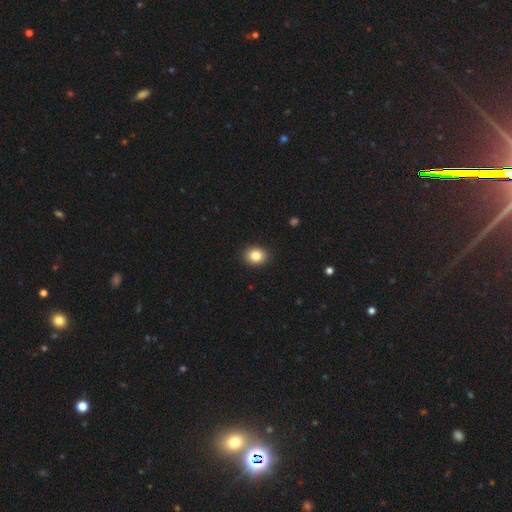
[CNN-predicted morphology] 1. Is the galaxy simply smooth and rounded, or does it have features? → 84% smooth, 10% star or artifact, 6% featured or disk.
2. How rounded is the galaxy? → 52% round, 47% in between, 1% cigar-shaped.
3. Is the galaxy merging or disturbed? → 91% none, 6% minor disturbance, 2% major disturbance, 1% merger.